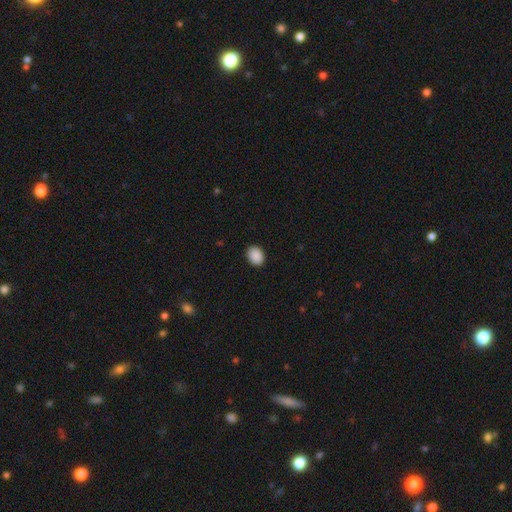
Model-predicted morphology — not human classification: Q: Smooth or featured?
A: smooth (90%); runner-up: star or artifact (8%)
Q: How rounded?
A: in between (62%); runner-up: round (37%)
Q: Merging?
A: none (89%); runner-up: minor disturbance (8%)